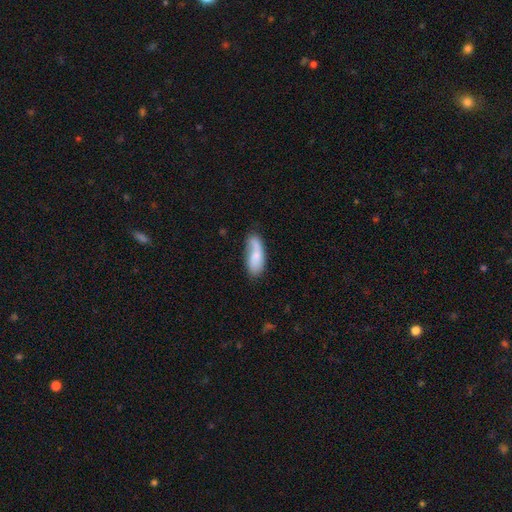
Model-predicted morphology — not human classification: type=smooth (70%); roundness=in between (73%); merging=none (51%).